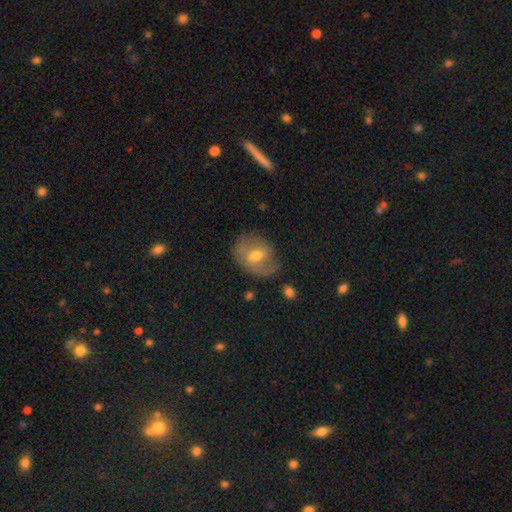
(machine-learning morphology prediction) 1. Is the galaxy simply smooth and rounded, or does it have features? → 49% featured or disk, 43% smooth, 8% star or artifact.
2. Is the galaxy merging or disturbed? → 64% none, 23% minor disturbance, 10% major disturbance, 2% merger.